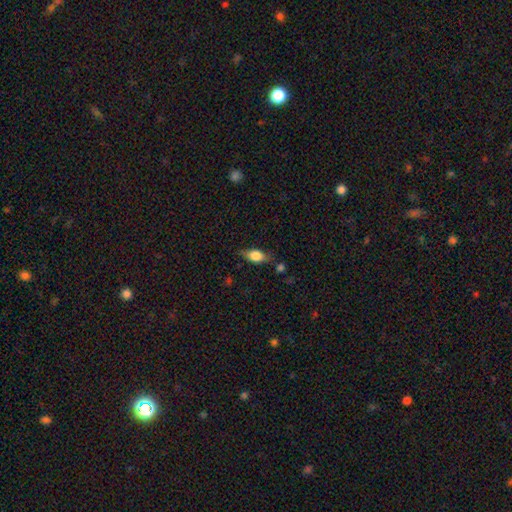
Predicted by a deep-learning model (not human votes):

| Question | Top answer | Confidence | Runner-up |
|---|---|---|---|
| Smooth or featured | smooth | 74% | featured or disk (18%) |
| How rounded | in between | 83% | cigar-shaped (9%) |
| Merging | none | 68% | minor disturbance (22%) |